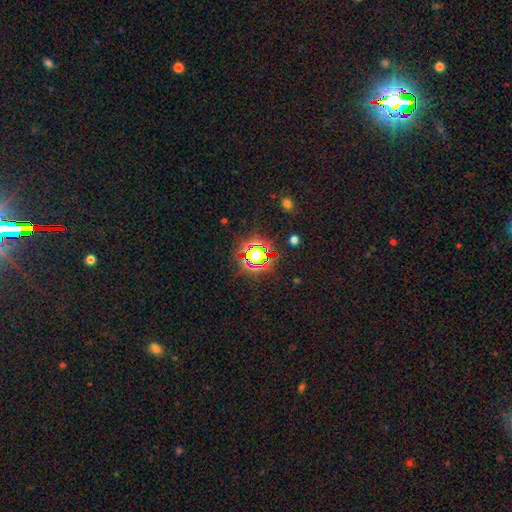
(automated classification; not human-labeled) This is likely a star or artifact rather than a galaxy (62%).